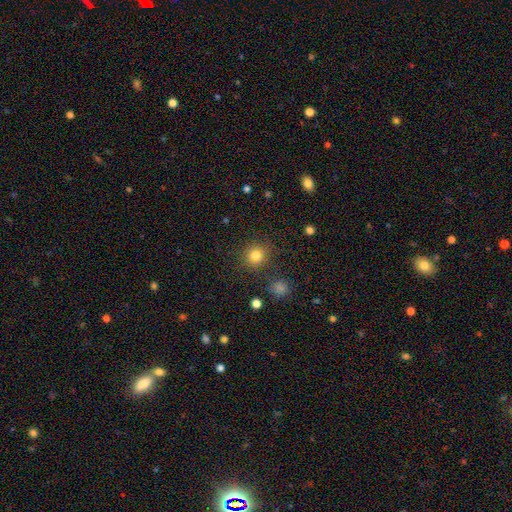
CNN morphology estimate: This appears to be a smooth galaxy with no disk features (82%) that is round (90%). Merging: none (85%).